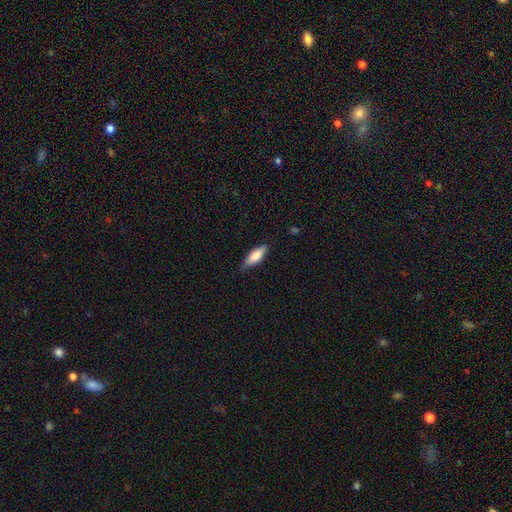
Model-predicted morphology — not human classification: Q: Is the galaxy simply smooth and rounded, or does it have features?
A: smooth — 80%.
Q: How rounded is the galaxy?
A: in between — 60%.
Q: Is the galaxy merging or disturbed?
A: none — 82%.